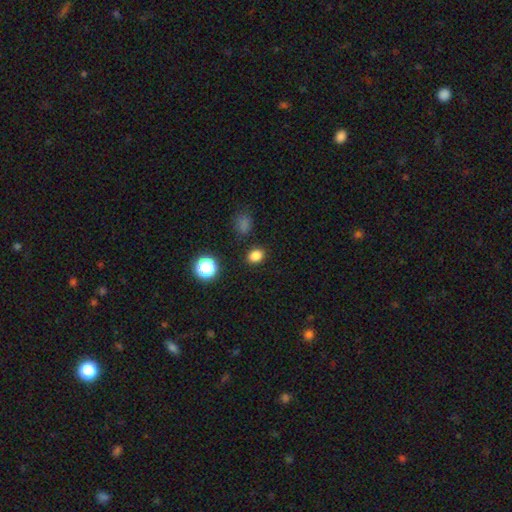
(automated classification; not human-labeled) A smooth galaxy with no disk features (82%) that is in between round and cigar-shaped (56%).

Vote fractions:
- Smooth or featured? smooth: 82% / star or artifact: 14% / featured or disk: 4%
- How rounded? in between: 56% / round: 43% / cigar-shaped: 1%
- Merging? none: 88% / minor disturbance: 8% / major disturbance: 2% / merger: 2%